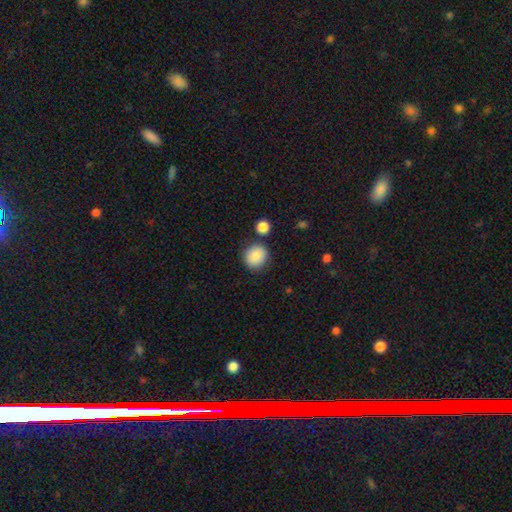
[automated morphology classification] smooth_or_featured: smooth (p=0.87) [alt: star or artifact p=0.08]
how_rounded: round (p=0.84) [alt: in between p=0.15]
merging: none (p=0.81) [alt: minor disturbance p=0.10]